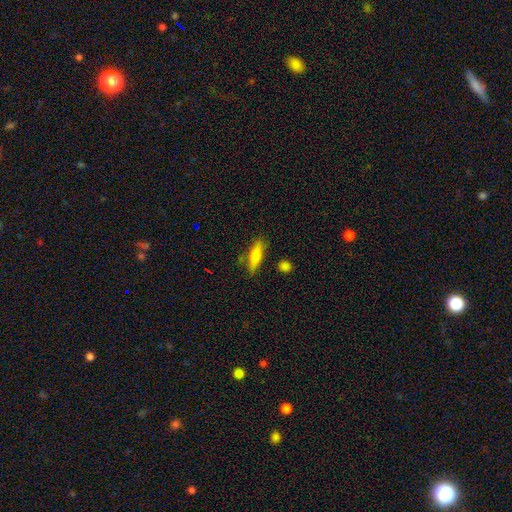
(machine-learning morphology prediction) smooth 73%, featured or disk 20%, star or artifact 7%. Down the decision tree: how rounded — cigar-shaped (61%); merging — none (76%).